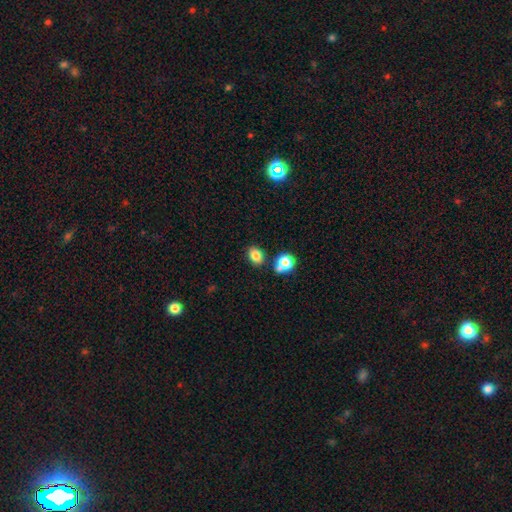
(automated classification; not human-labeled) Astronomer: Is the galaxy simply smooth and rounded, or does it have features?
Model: smooth — 82%.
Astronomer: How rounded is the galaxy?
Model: in between — 63%.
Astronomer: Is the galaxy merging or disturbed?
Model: none — 75%.